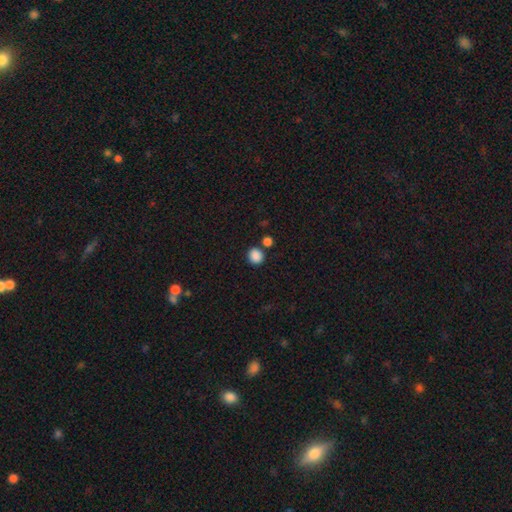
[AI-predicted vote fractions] The model was most divided on "how rounded": round: 81%, in between: 18%, cigar-shaped: 1%. More confident: smooth or featured — smooth (87%); merging — none (77%).